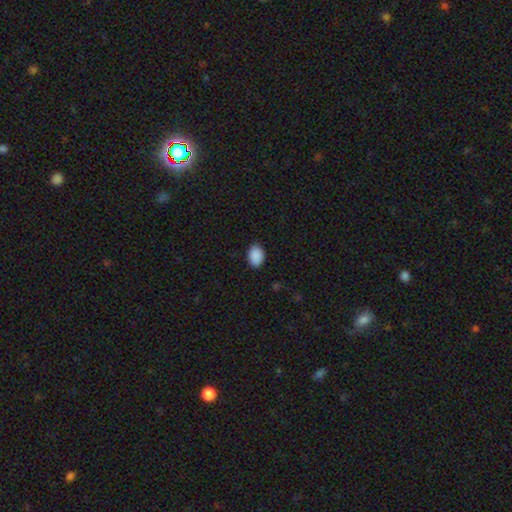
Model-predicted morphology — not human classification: Smooth or featured?
  - smooth: 90% *
  - star or artifact: 7%
  - featured or disk: 3%
How rounded?
  - in between: 80% *
  - round: 19%
  - cigar-shaped: 1%
Merging?
  - none: 88% *
  - minor disturbance: 9%
  - major disturbance: 2%
  - merger: 1%